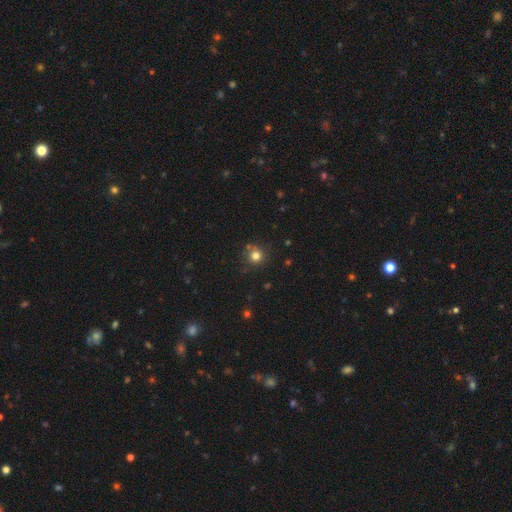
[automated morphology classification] Smooth or featured? Predicted: smooth (p=0.78). How rounded? Predicted: round (p=0.93). Merging? Predicted: none (p=0.80).